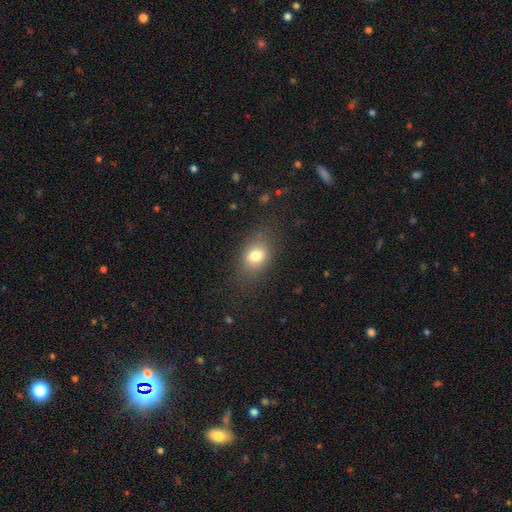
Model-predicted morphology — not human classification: type=smooth (76%); roundness=in between (66%); merging=none (75%).